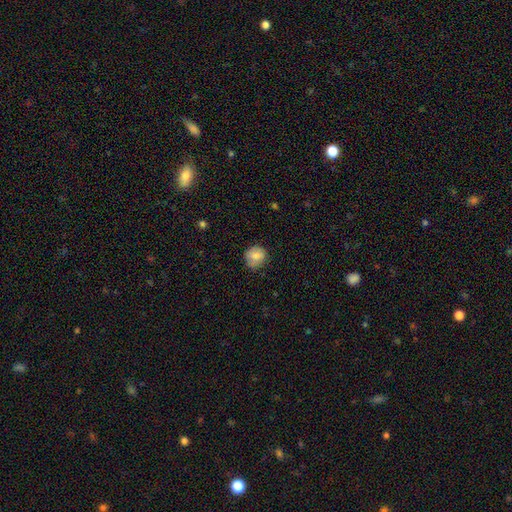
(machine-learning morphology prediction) smooth 81%, featured or disk 11%, star or artifact 8%. Down the decision tree: how rounded — round (81%); merging — none (74%).